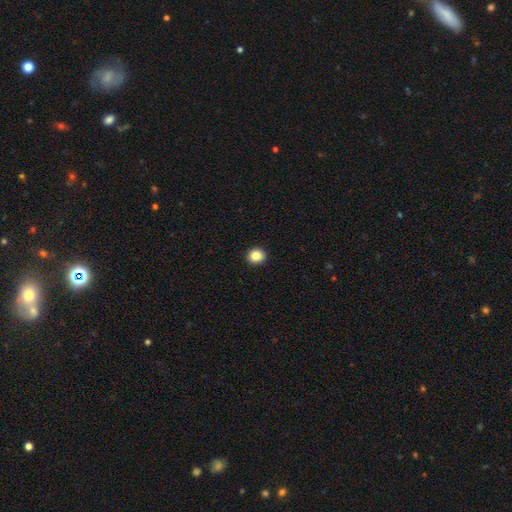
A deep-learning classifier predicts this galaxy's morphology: Smooth or featured? Predicted: smooth (p=0.85). How rounded? Predicted: round (p=0.83). Merging? Predicted: none (p=0.93).